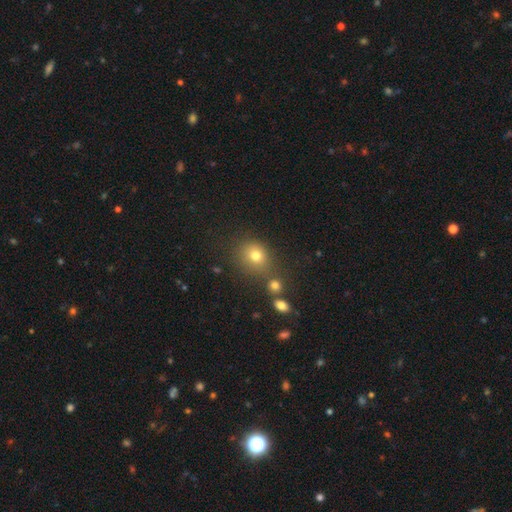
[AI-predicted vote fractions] smooth 75%, star or artifact 16%, featured or disk 9%. Down the decision tree: how rounded — round (75%); merging — none (68%).